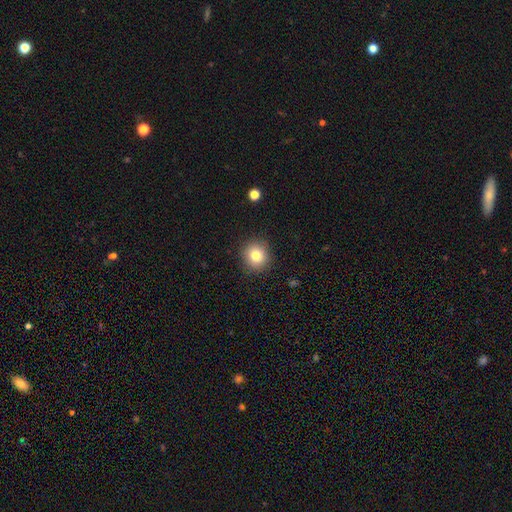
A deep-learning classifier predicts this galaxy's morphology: A smooth galaxy with no disk features (80%) that is round (91%). Merging: none (90%).